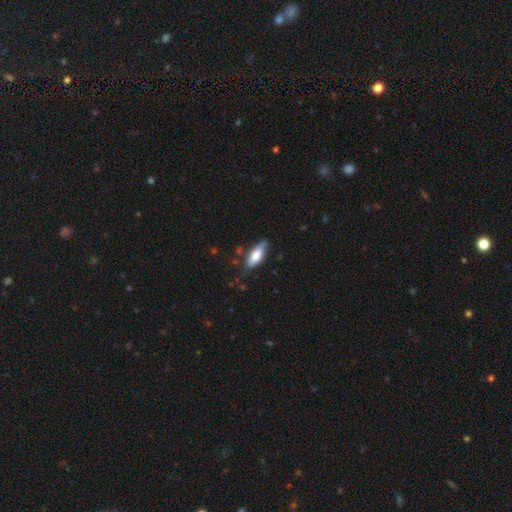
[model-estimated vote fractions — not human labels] Smooth or featured: smooth — 69% (featured or disk — 25%)
How rounded: in between — 65% (cigar-shaped — 33%)
Merging: none — 70% (minor disturbance — 23%)